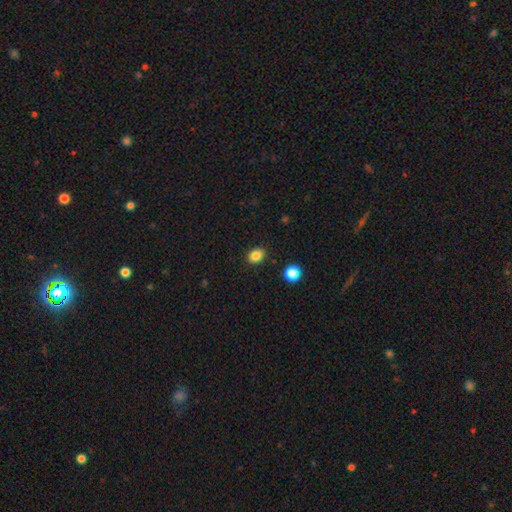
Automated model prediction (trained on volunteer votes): Smooth or featured?
  - smooth: 85% *
  - star or artifact: 11%
  - featured or disk: 4%
How rounded?
  - in between: 53% *
  - round: 46%
  - cigar-shaped: 1%
Merging?
  - none: 88% *
  - minor disturbance: 8%
  - major disturbance: 2%
  - merger: 2%